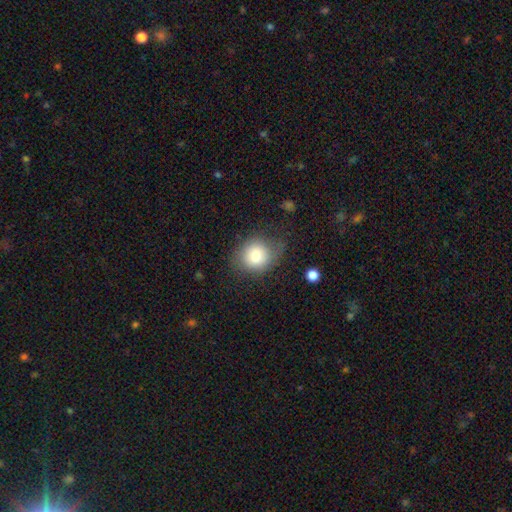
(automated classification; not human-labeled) smooth_or_featured: smooth (p=0.80) [alt: featured or disk p=0.11]
how_rounded: round (p=0.66) [alt: in between p=0.33]
merging: none (p=0.60) [alt: minor disturbance p=0.26]